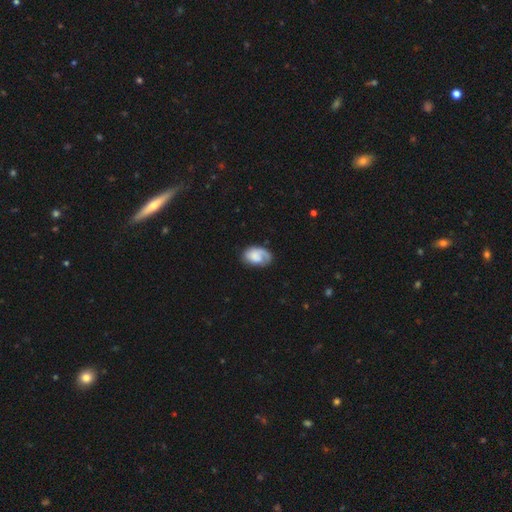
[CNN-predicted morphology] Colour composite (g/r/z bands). It shows a smooth galaxy with no disk features (54%) that is in between round and cigar-shaped (86%). Merging: none (59%).